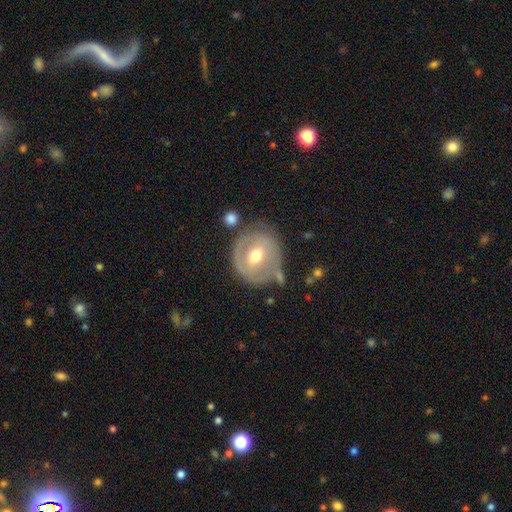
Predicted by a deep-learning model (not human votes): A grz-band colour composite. It shows a featured or disk galaxy (59%) with a weak bar (42%), no spiral arms (59%) and a moderate central bulge (76%). Merging: none (64%).